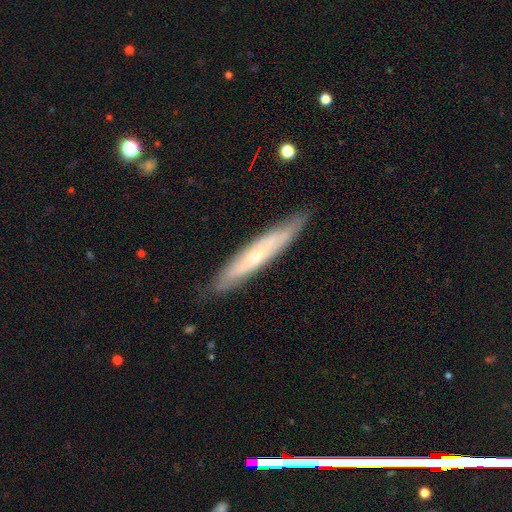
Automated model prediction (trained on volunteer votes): Smooth or featured: featured or disk — 56% (smooth — 38%)
Edge-on disk: yes — 69% (no — 31%)
Merging: none — 83% (minor disturbance — 13%)